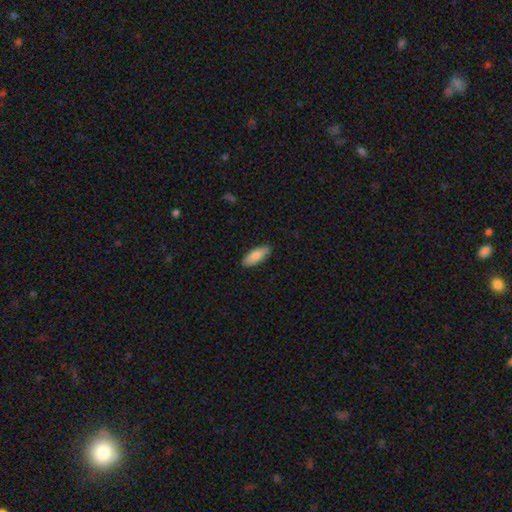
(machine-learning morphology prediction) smooth 84%, featured or disk 11%, star or artifact 5%. Down the decision tree: how rounded — in between (72%); merging — none (88%).